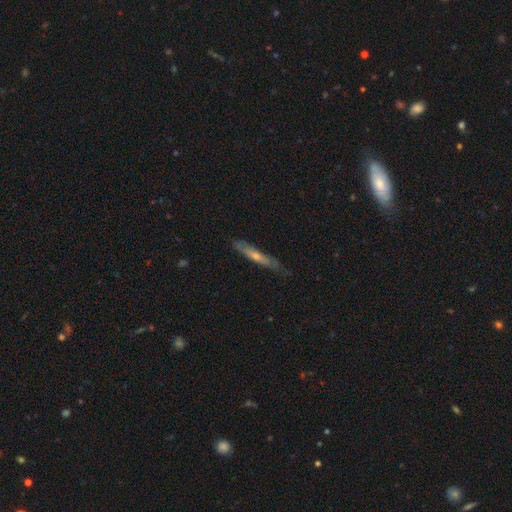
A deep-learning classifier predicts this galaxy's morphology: This is possibly a featured or disk galaxy (55%). It is clearly viewed edge-on (82%). Merging: likely none (76%).